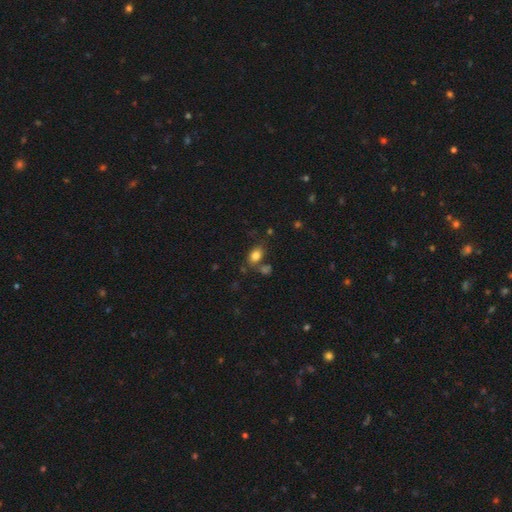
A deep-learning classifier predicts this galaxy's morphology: This is clearly a smooth galaxy (81%). How rounded: clearly in between (81%). Merging: likely none (67%).